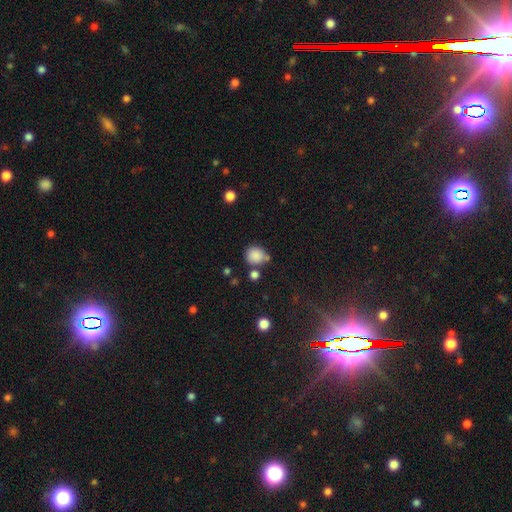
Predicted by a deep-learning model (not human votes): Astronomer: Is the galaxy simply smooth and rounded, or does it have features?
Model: smooth — 85%.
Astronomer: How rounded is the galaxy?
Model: round — 79%.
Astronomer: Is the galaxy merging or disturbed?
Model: none — 66%.